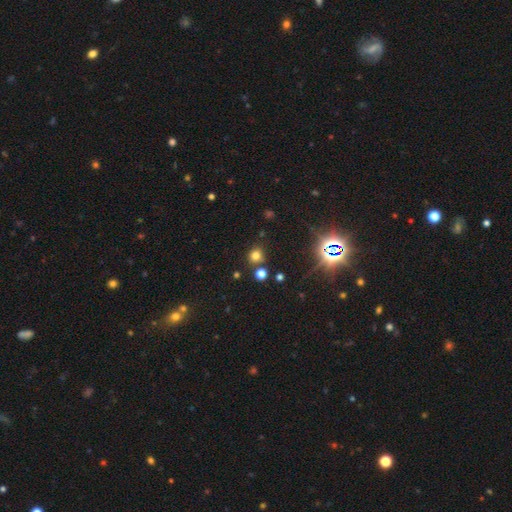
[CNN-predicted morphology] The model was most divided on "smooth or featured": smooth: 69%, star or artifact: 24%, featured or disk: 7%. More confident: how rounded — round (84%); merging — none (77%).